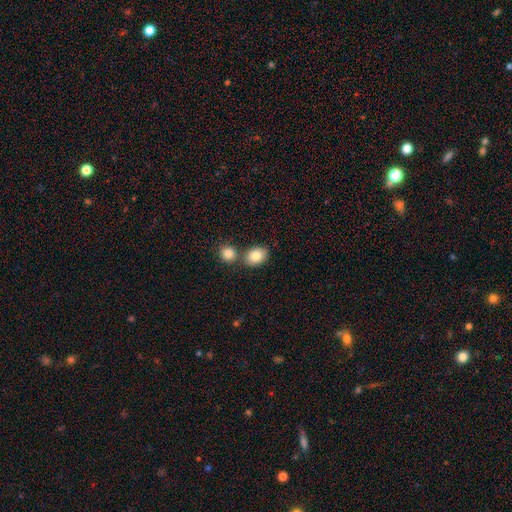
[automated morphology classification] This appears to be a smooth galaxy with no disk features (83%) that is in between round and cigar-shaped (67%). Merging: none (63%).